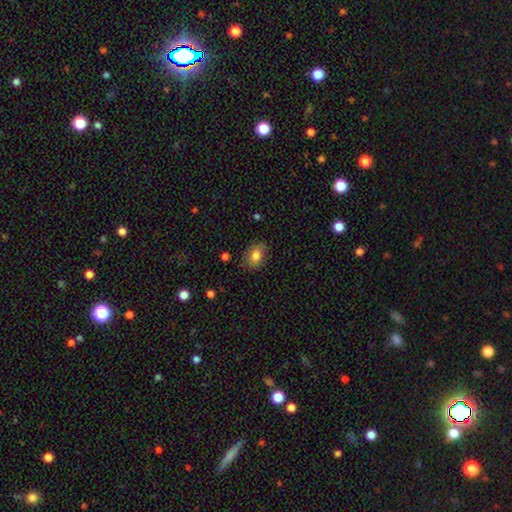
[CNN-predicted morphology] Smooth or featured? smooth (81%)
How rounded? in between (75%)
Merging? none (80%)